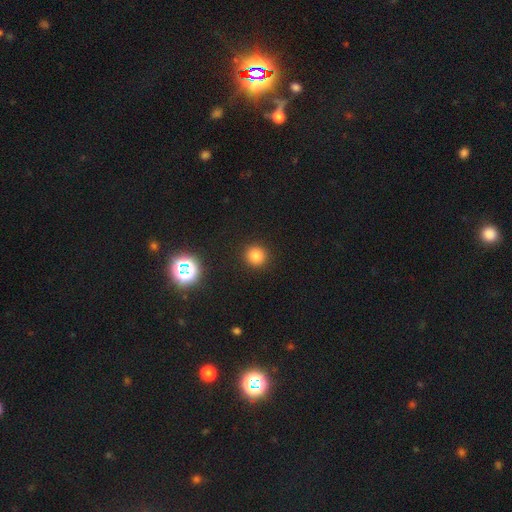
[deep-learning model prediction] The model was most divided on "smooth or featured": smooth: 79%, star or artifact: 16%, featured or disk: 5%. More confident: how rounded — round (93%); merging — none (92%).